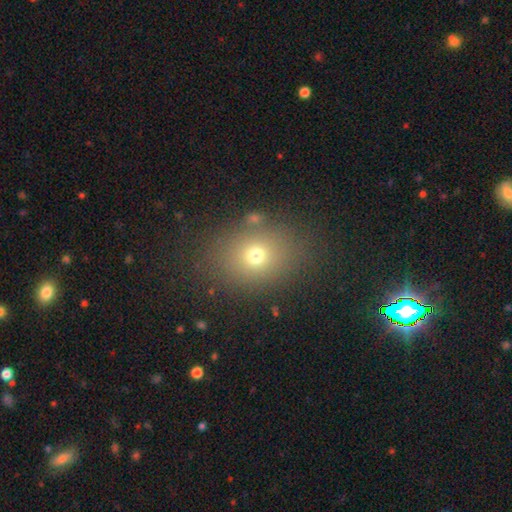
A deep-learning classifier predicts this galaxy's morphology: Smooth or featured: smooth — 69% (star or artifact — 18%)
How rounded: in between — 50% (round — 49%)
Merging: none — 79% (minor disturbance — 12%)